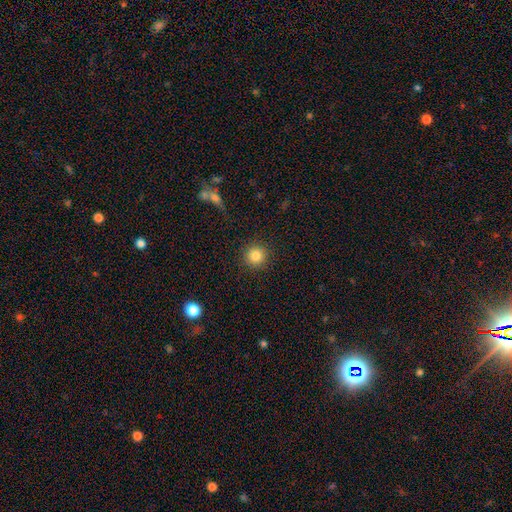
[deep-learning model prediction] smooth 84%, star or artifact 11%, featured or disk 5%. Down the decision tree: how rounded — round (94%); merging — none (90%).